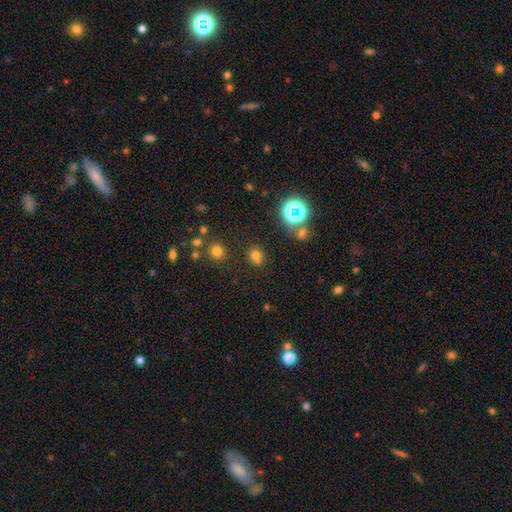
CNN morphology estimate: Smooth or featured? smooth (63%)
How rounded? round (75%)
Merging? none (63%)